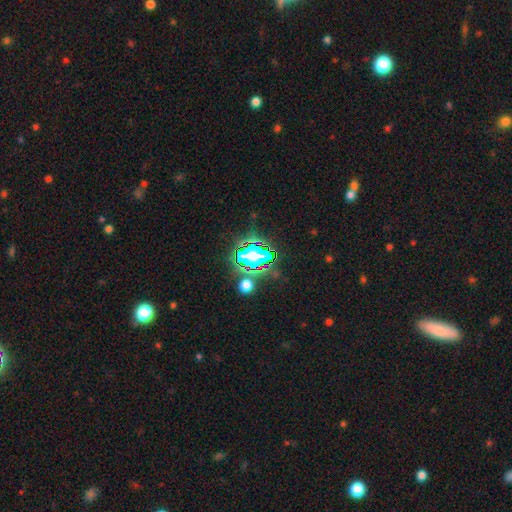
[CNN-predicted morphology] Q: Smooth or featured?
A: star or artifact (78%); runner-up: smooth (13%)